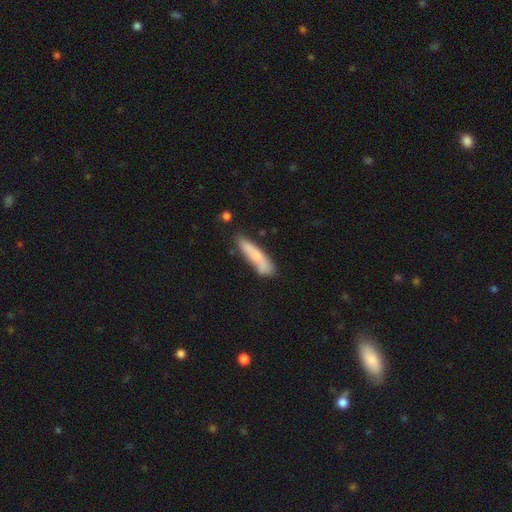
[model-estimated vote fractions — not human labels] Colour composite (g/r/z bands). It shows a smooth galaxy with no disk features (68%) that is cigar-shaped (81%). Merging: none (64%).